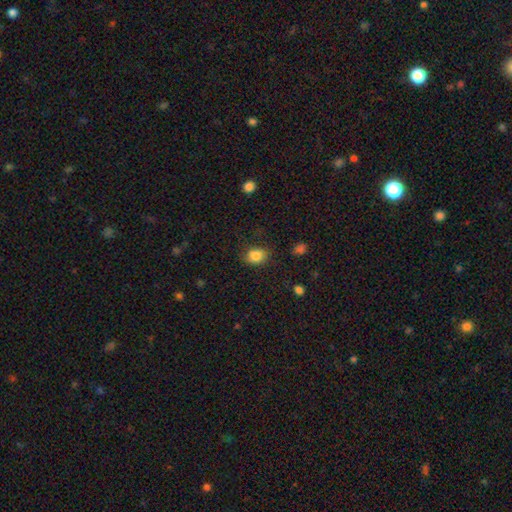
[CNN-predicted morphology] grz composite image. It shows a smooth galaxy with no disk features (84%) that is in between round and cigar-shaped (59%). Merging: none (74%).